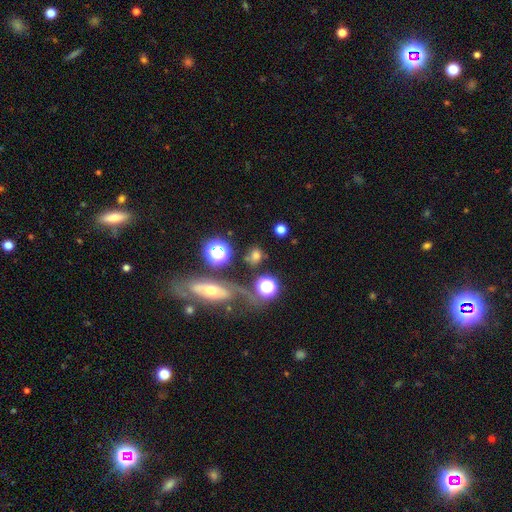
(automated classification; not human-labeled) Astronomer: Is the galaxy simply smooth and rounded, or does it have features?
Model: smooth — 61%.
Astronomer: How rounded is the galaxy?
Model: round — 59% (runner-up: in between, 38%).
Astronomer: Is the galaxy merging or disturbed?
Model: none — 71%.